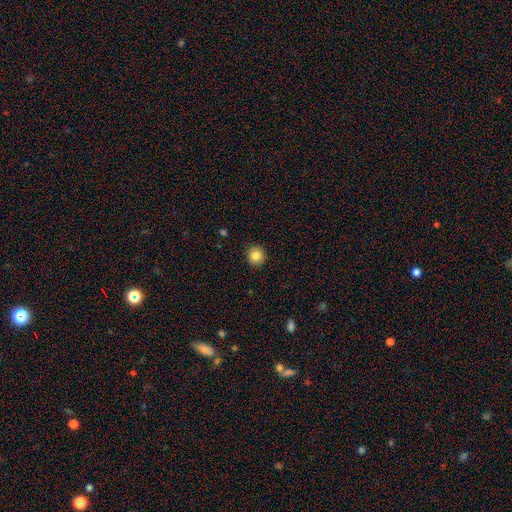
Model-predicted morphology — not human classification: This appears to be a smooth galaxy with no disk features (84%) that is round (90%). Merging: none (91%).